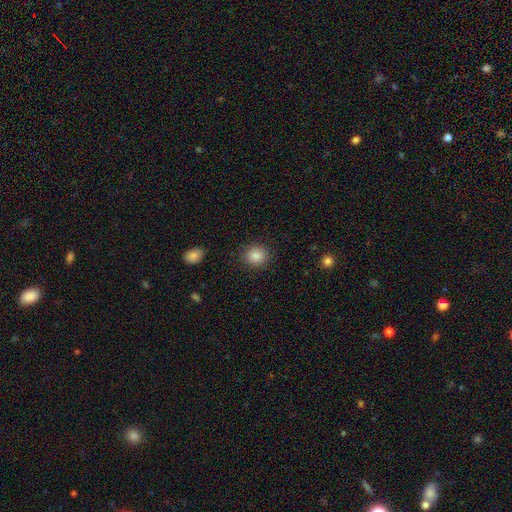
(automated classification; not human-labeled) Q: Smooth or featured?
A: smooth (86%); runner-up: star or artifact (10%)
Q: How rounded?
A: round (85%); runner-up: in between (14%)
Q: Merging?
A: none (89%); runner-up: minor disturbance (7%)